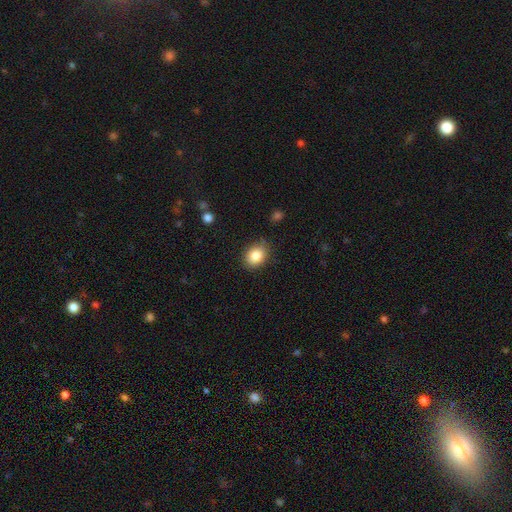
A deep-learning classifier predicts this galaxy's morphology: smooth 85%, star or artifact 9%, featured or disk 6%. Down the decision tree: how rounded — in between (56%); merging — none (82%).